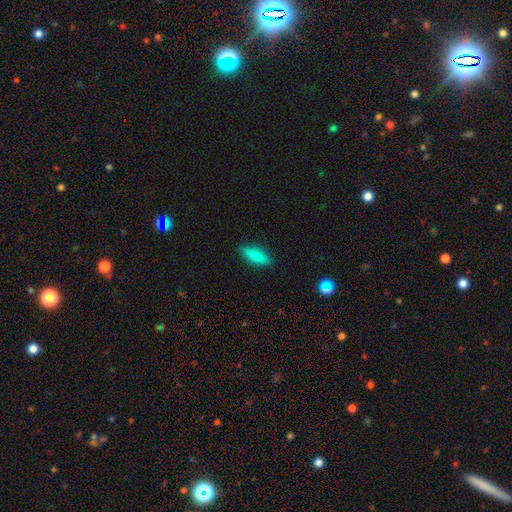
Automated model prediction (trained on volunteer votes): Q: Smooth or featured?
A: smooth (85%); runner-up: featured or disk (8%)
Q: How rounded?
A: in between (54%); runner-up: cigar-shaped (44%)
Q: Merging?
A: none (87%); runner-up: minor disturbance (10%)